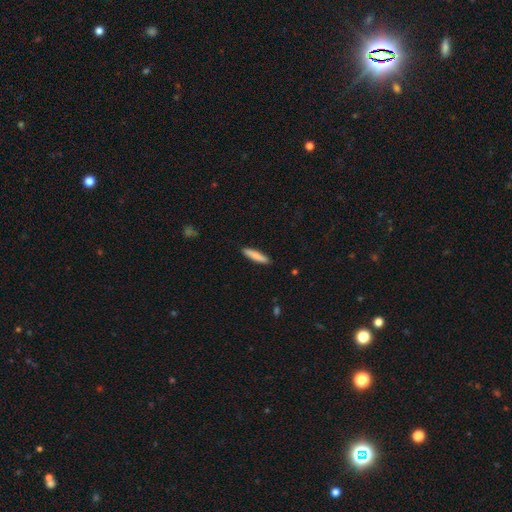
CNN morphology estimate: smooth_or_featured: smooth (p=0.82) [alt: featured or disk p=0.12]
how_rounded: cigar-shaped (p=0.88) [alt: in between p=0.11]
merging: none (p=0.90) [alt: minor disturbance p=0.07]